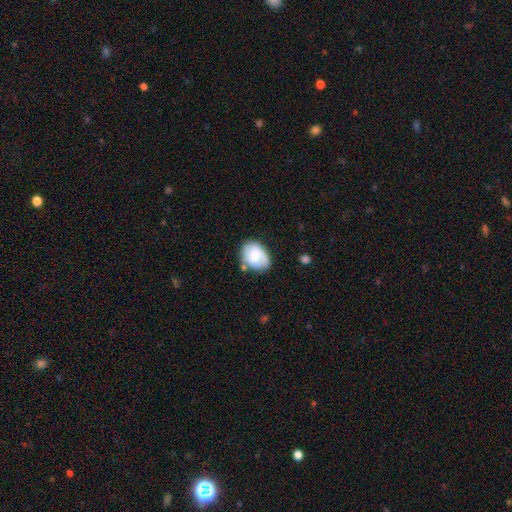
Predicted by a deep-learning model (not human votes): A smooth galaxy with no disk features (68%) that is in between round and cigar-shaped (73%). Merging: none (61%).